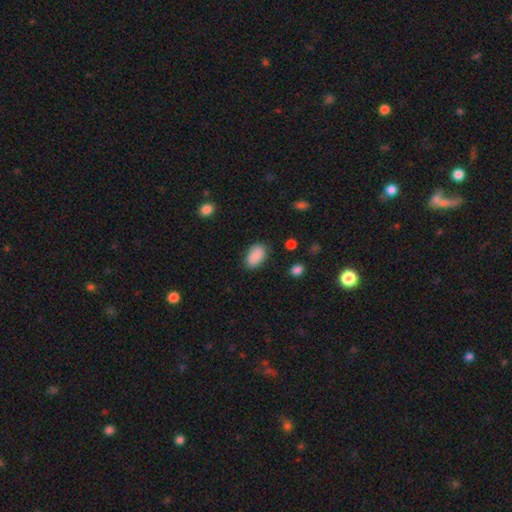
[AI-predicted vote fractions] A smooth galaxy with no disk features (89%) that is in between round and cigar-shaped (91%).

Vote fractions:
- Smooth or featured? smooth: 89% / star or artifact: 7% / featured or disk: 4%
- How rounded? in between: 91% / round: 7% / cigar-shaped: 1%
- Merging? none: 82% / minor disturbance: 13% / major disturbance: 3% / merger: 2%